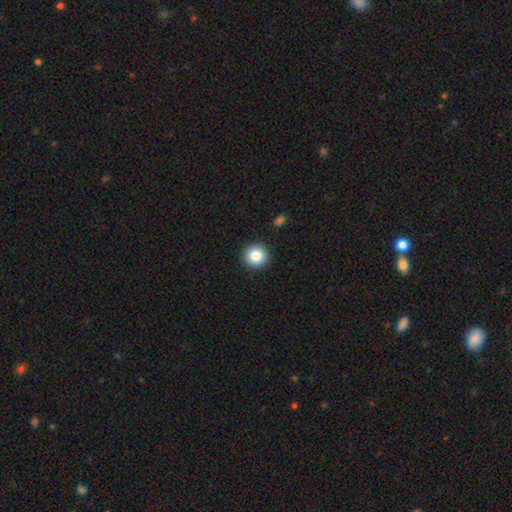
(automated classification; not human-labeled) Smooth or featured: smooth — 85% (star or artifact — 9%)
How rounded: round — 94% (in between — 5%)
Merging: none — 91% (minor disturbance — 6%)